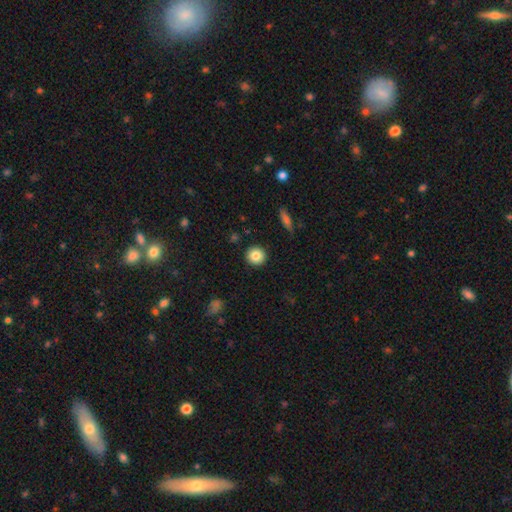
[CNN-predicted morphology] Smooth or featured? smooth (84%)
How rounded? round (93%)
Merging? none (92%)